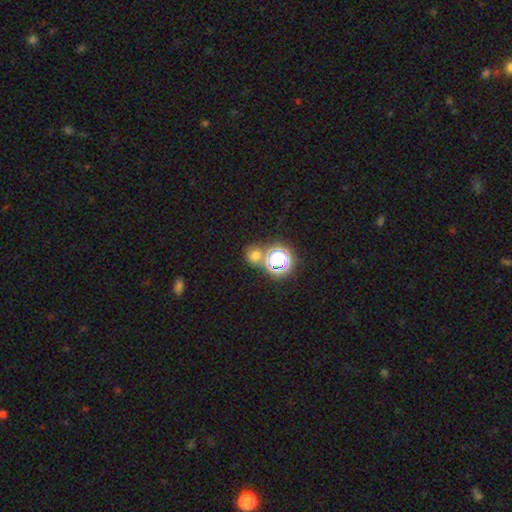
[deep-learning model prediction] smooth_or_featured: smooth (p=0.60) [alt: star or artifact p=0.32]
how_rounded: round (p=0.82) [alt: in between p=0.17]
merging: none (p=0.60) [alt: merger p=0.28]